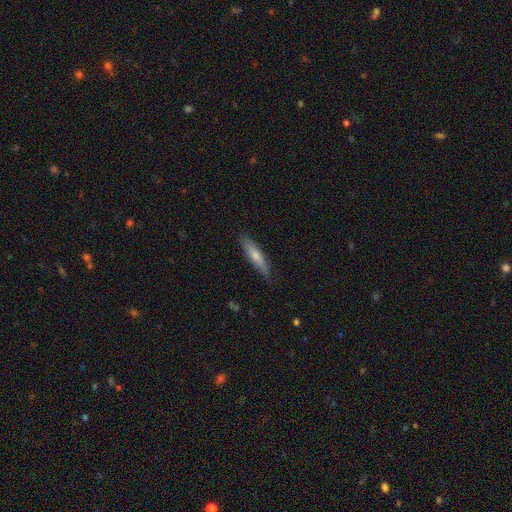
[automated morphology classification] A smooth galaxy with no disk features (68%) that is cigar-shaped (80%).

Vote fractions:
- Smooth or featured? smooth: 68% / featured or disk: 26% / star or artifact: 6%
- How rounded? cigar-shaped: 80% / in between: 18% / round: 1%
- Merging? none: 83% / minor disturbance: 14% / major disturbance: 2% / merger: 1%